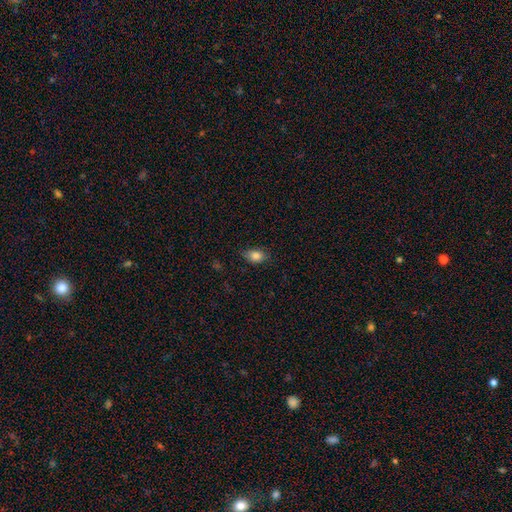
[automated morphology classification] Smooth or featured? smooth (84%)
How rounded? in between (75%)
Merging? none (77%)